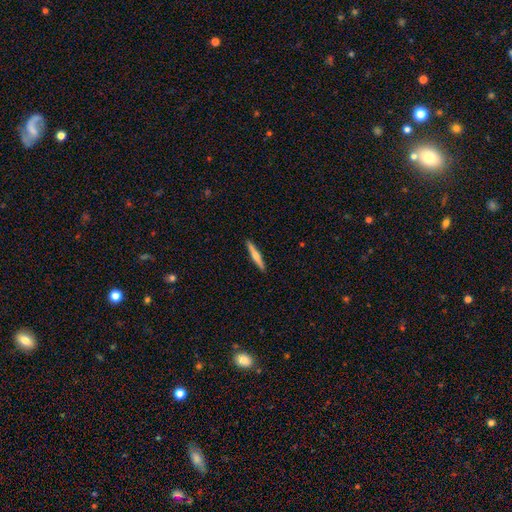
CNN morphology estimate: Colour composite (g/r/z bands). It shows a smooth galaxy with no disk features (52%) that is cigar-shaped (94%). Merging: none (91%).